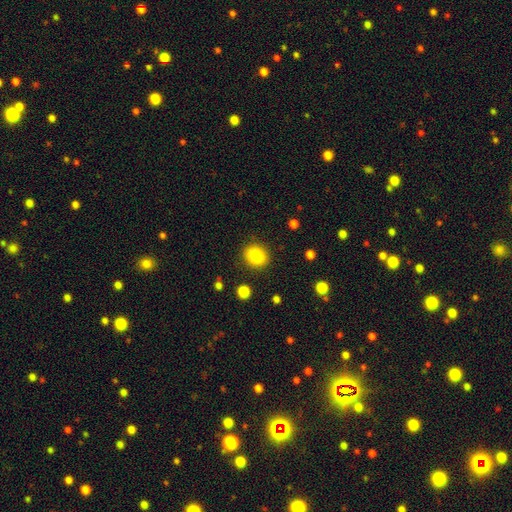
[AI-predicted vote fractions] Overall: smooth (83%). How rounded: round (75%). Merging: none (89%).